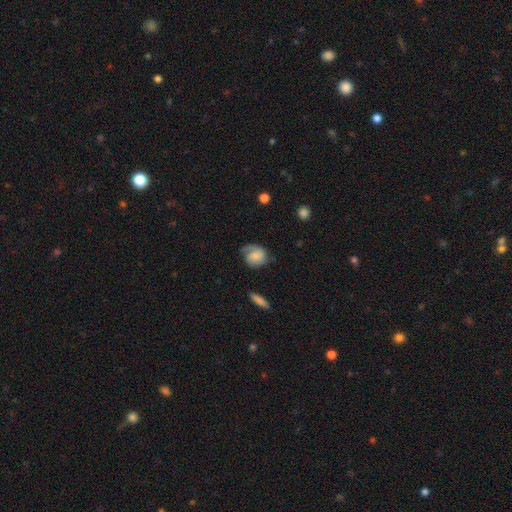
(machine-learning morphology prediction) Smooth or featured? smooth (48%)
Merging? none (54%)